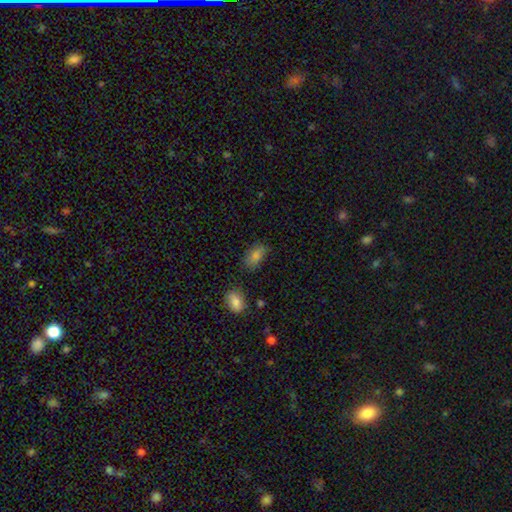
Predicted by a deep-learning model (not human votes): Smooth or featured?
  - smooth: 84% *
  - star or artifact: 10%
  - featured or disk: 6%
How rounded?
  - in between: 90% *
  - round: 7%
  - cigar-shaped: 3%
Merging?
  - none: 75% *
  - minor disturbance: 18%
  - major disturbance: 4%
  - merger: 3%